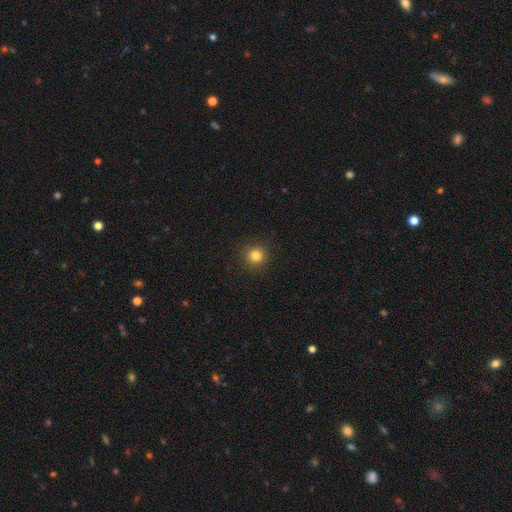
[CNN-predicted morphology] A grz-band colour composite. It shows a smooth galaxy with no disk features (83%) that is round (94%). Merging: none (91%).